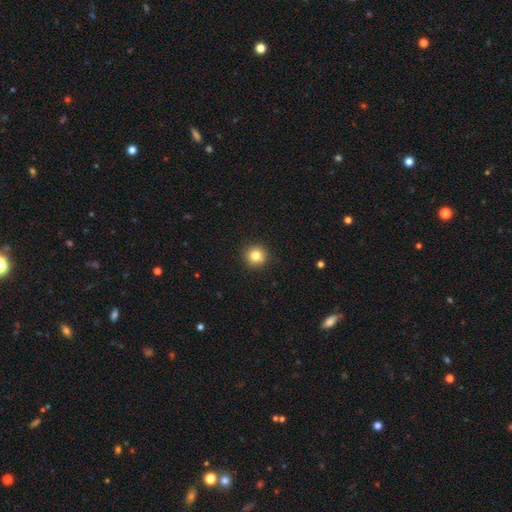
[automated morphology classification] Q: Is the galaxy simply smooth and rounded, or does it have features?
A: smooth — 81%.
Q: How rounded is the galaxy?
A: round — 94%.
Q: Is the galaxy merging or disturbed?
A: none — 91%.